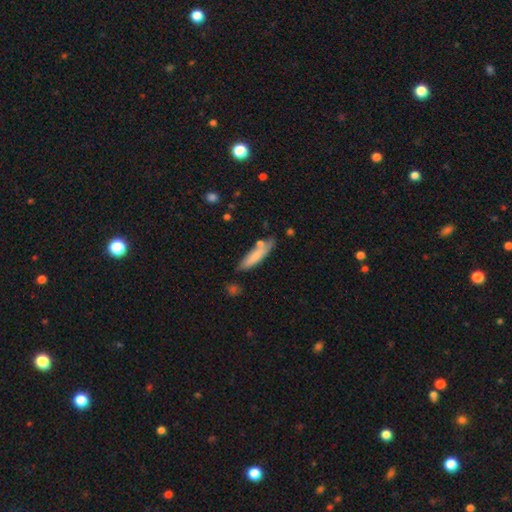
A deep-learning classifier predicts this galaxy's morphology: Smooth or featured? Predicted: smooth (p=0.78). How rounded? Predicted: cigar-shaped (p=0.77). Merging? Predicted: none (p=0.71).